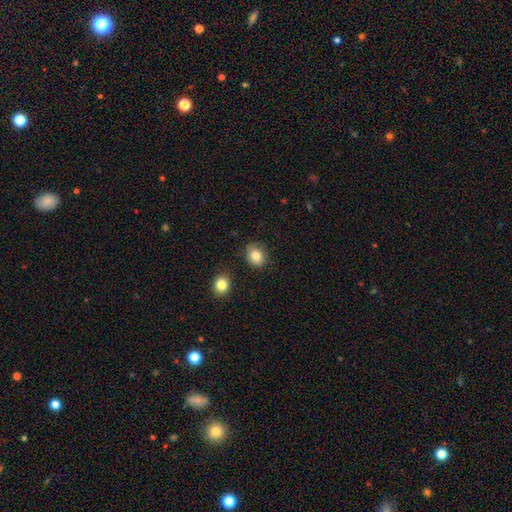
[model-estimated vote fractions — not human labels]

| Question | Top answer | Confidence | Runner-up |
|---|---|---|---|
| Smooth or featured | smooth | 83% | star or artifact (9%) |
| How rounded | round | 55% | in between (44%) |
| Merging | none | 81% | minor disturbance (13%) |